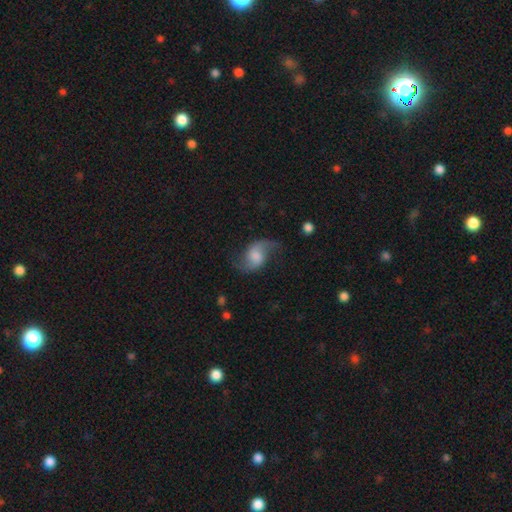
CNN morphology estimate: type=featured or disk (74%); edge-on=no (97%); bar=weak (46%); spiral arms=yes (95%); winding=loose (76%); arm count=2 (92%); bulge=moderate (31%); merging=none (66%).